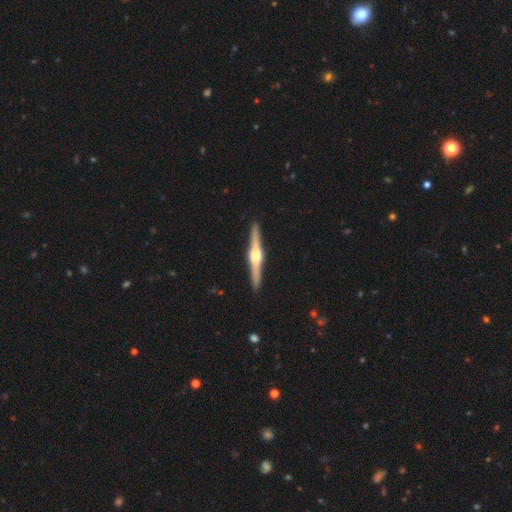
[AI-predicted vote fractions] Smooth or featured?
  - featured or disk: 83% *
  - smooth: 12%
  - star or artifact: 5%
Edge-on disk?
  - yes: 98% *
  - no: 2%
Edge-on bulge?
  - rounded: 91% *
  - boxy: 7%
  - none: 2%
Merging?
  - none: 92% *
  - minor disturbance: 5%
  - major disturbance: 1%
  - merger: 1%